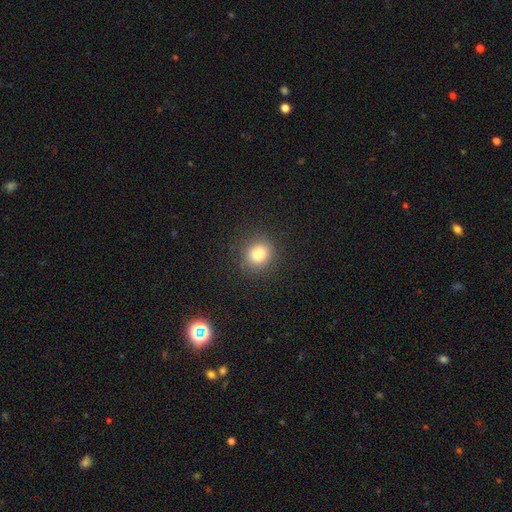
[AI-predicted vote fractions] Morphology: type=smooth (78%); roundness=round (87%); merging=none (91%).